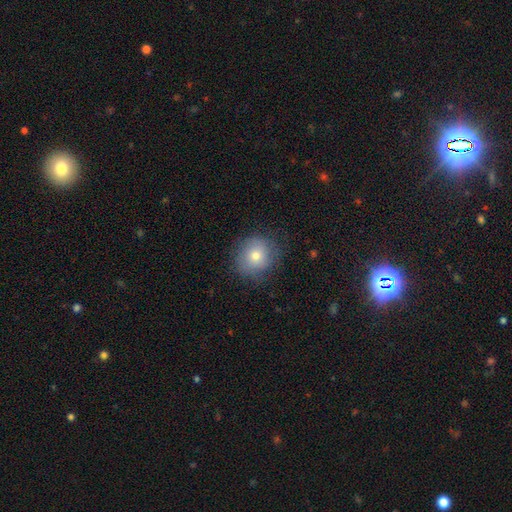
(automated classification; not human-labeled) This appears to be a smooth galaxy with no disk features (72%) that is round (85%). Merging: none (79%).